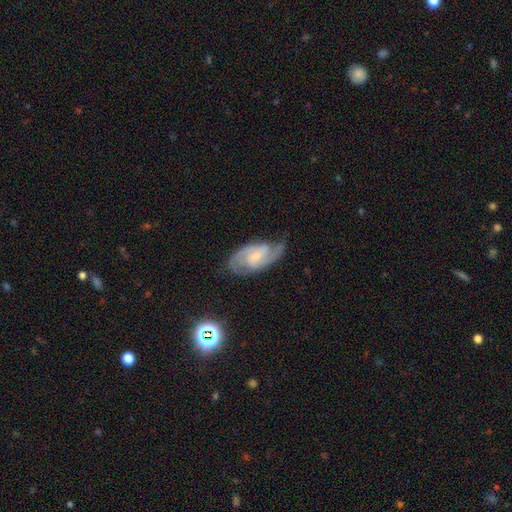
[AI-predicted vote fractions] Smooth or featured: featured or disk — 84% (smooth — 10%)
Edge-on disk: no — 96% (yes — 4%)
Bar: weak — 50% (no — 35%)
Spiral arms: yes — 97% (no — 3%)
Spiral winding: medium — 50% (tight — 37%)
Spiral arm count: 2 — 82% (can't tell — 7%)
Bulge size: small — 56% (moderate — 27%)
Merging: none — 72% (minor disturbance — 19%)